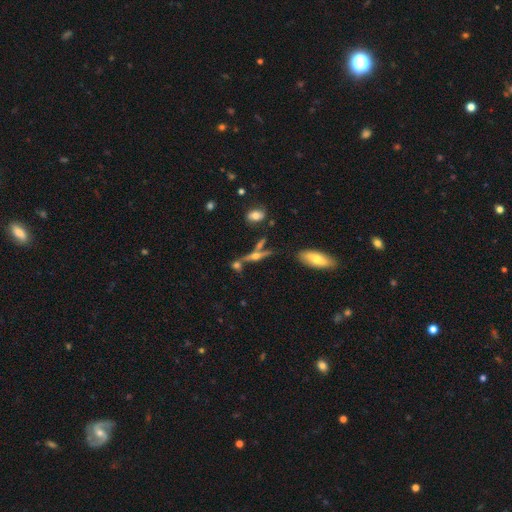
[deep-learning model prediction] Smooth or featured? Predicted: featured or disk (p=0.68). Edge-on disk? Predicted: yes (p=0.92). Edge-on bulge? Predicted: rounded (p=0.93). Merging? Predicted: none (p=0.60).